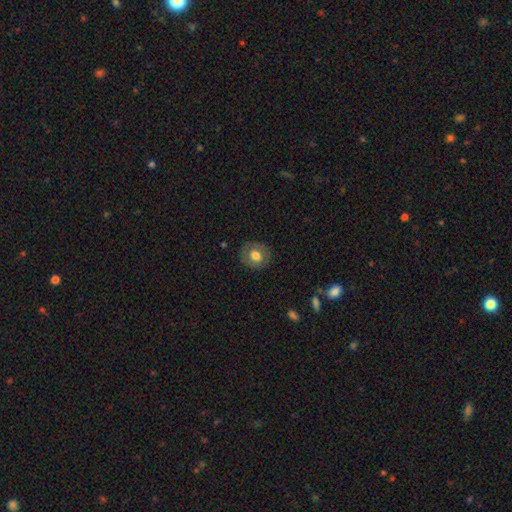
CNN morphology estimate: smooth_or_featured: smooth (p=0.71) [alt: featured or disk p=0.20]
how_rounded: round (p=0.76) [alt: in between p=0.23]
merging: none (p=0.85) [alt: minor disturbance p=0.11]